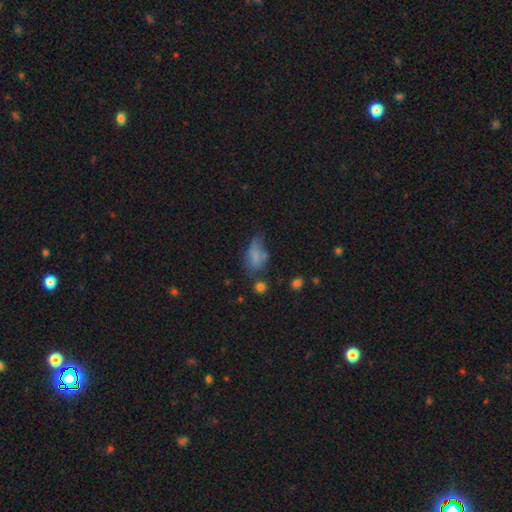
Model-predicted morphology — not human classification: smooth_or_featured: smooth (p=0.70) [alt: featured or disk p=0.17]
how_rounded: in between (p=0.85) [alt: round p=0.08]
merging: none (p=0.38) [alt: minor disturbance p=0.32]